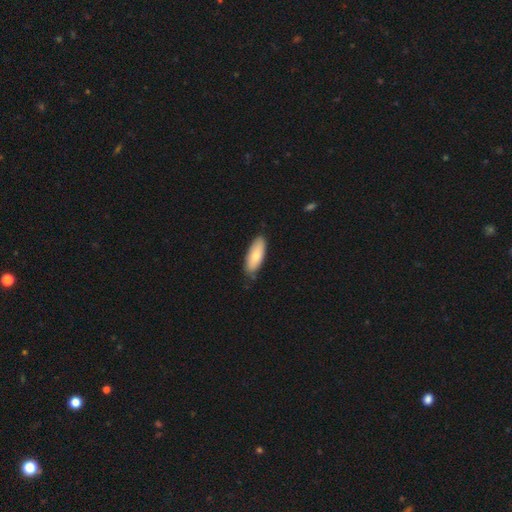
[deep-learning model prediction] This appears to be a smooth galaxy with no disk features (77%) that is in between round and cigar-shaped (73%). Merging: none (80%).